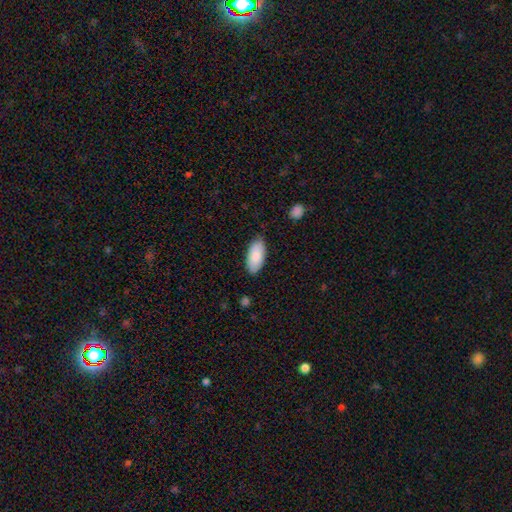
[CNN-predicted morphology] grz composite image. It shows a smooth galaxy with no disk features (86%) that is in between round and cigar-shaped (91%). Merging: none (82%).